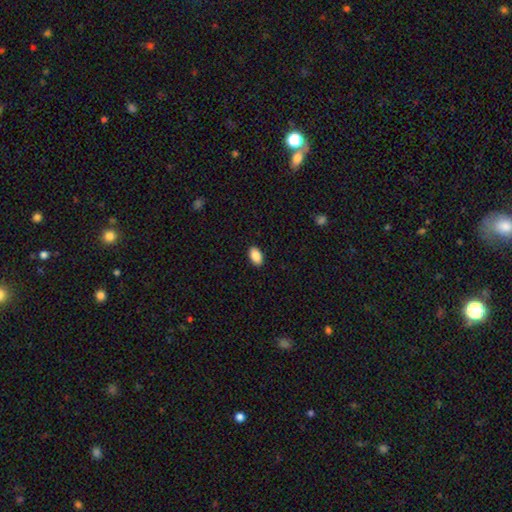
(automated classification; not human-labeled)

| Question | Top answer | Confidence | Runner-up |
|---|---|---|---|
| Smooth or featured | smooth | 89% | star or artifact (7%) |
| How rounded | in between | 93% | round (6%) |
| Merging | none | 90% | minor disturbance (7%) |